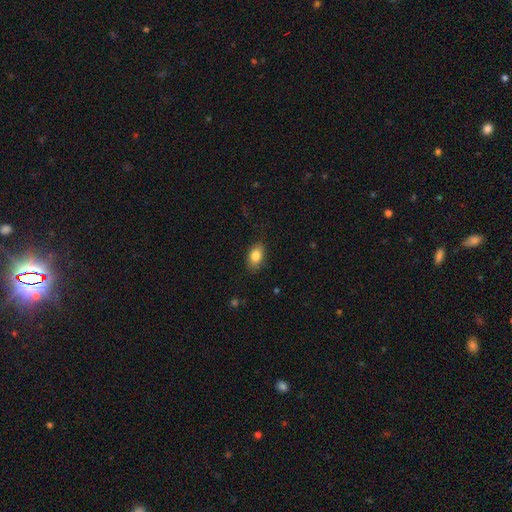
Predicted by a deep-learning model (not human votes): Overall: smooth (83%). How rounded: in between (87%). Merging: none (83%).